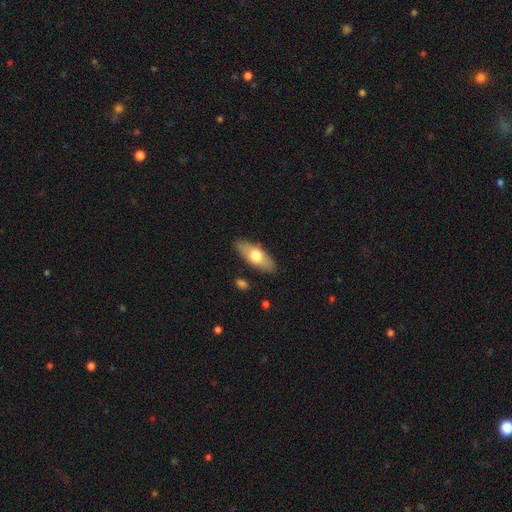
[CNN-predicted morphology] This is likely a smooth galaxy (63%). How rounded: likely in between (76%). Merging: clearly none (86%).